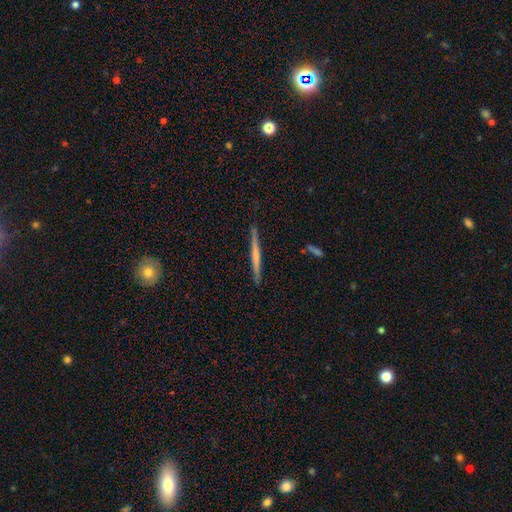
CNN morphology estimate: type=featured or disk (53%); edge-on=yes (98%); edge-on bulge=none (69%); merging=none (90%).